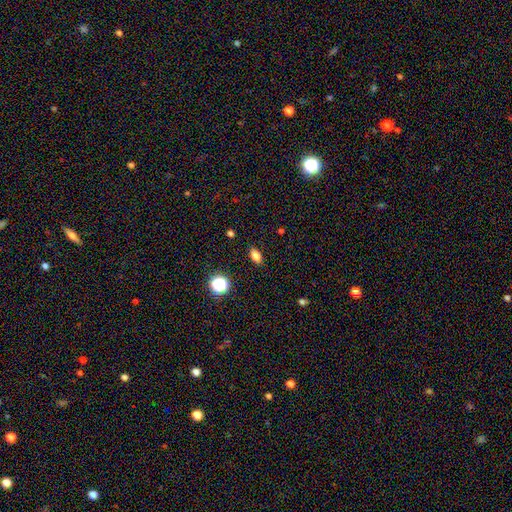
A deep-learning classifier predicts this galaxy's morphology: type=smooth (80%); roundness=in between (84%); merging=none (88%).